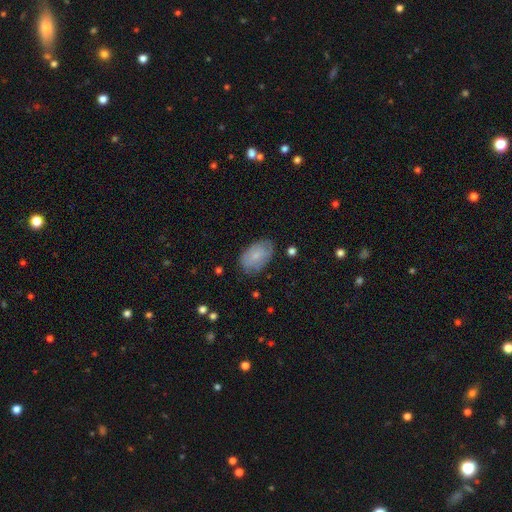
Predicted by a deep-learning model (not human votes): A smooth galaxy with no disk features (69%) that is in between round and cigar-shaped (91%).

Vote fractions:
- Smooth or featured? smooth: 69% / featured or disk: 24% / star or artifact: 7%
- How rounded? in between: 91% / round: 7% / cigar-shaped: 1%
- Merging? none: 74% / minor disturbance: 20% / major disturbance: 5% / merger: 1%